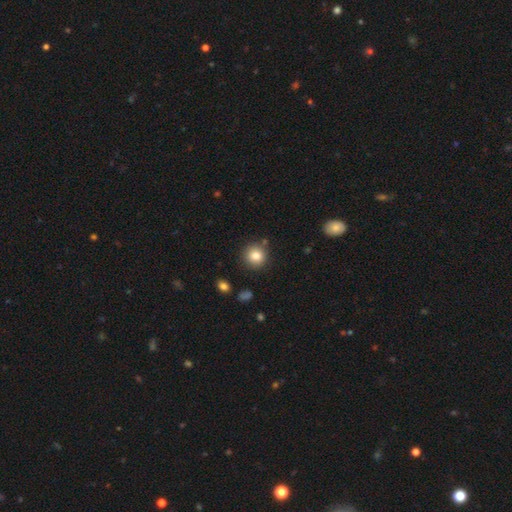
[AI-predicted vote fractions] Smooth or featured? smooth (82%)
How rounded? round (92%)
Merging? none (86%)